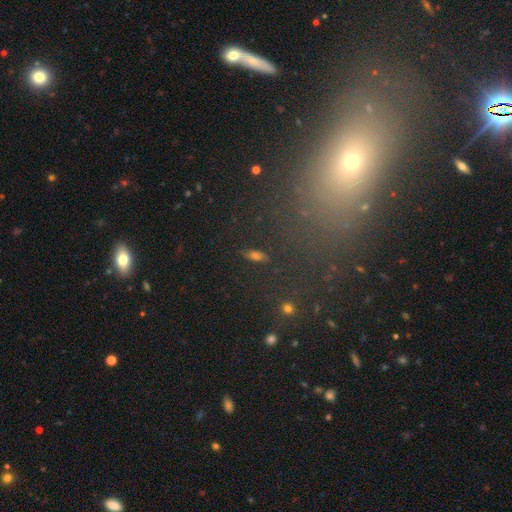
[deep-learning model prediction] Smooth or featured? Predicted: smooth (p=0.49). Merging? Predicted: none (p=0.80).